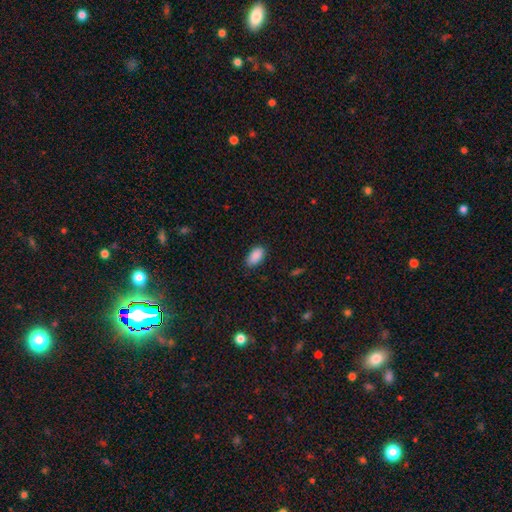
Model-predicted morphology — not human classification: Q: Smooth or featured?
A: smooth (90%); runner-up: star or artifact (7%)
Q: How rounded?
A: in between (94%); runner-up: round (3%)
Q: Merging?
A: none (86%); runner-up: minor disturbance (10%)